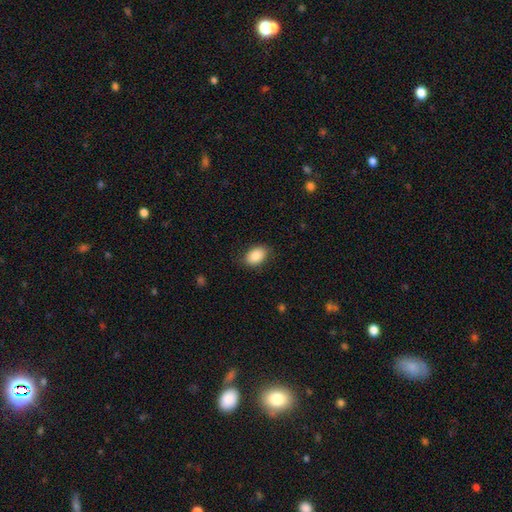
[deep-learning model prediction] smooth-or-featured: smooth: 86% | star or artifact: 7% | featured or disk: 6%
  how-rounded: in between: 84% | round: 15% | cigar-shaped: 1%
  merging: none: 83% | minor disturbance: 13% | major disturbance: 3% | merger: 1%